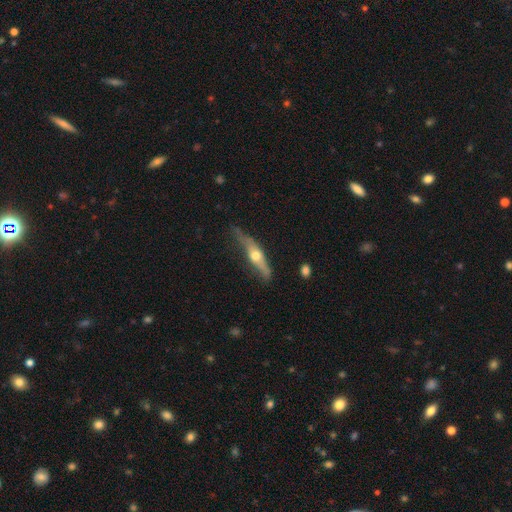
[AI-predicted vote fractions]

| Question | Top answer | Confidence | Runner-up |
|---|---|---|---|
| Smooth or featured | featured or disk | 61% | smooth (34%) |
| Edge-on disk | yes | 83% | no (17%) |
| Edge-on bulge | rounded | 92% | none (4%) |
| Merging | none | 53% | minor disturbance (32%) |